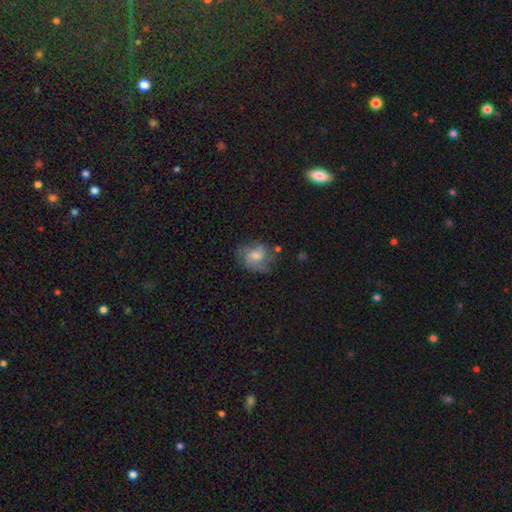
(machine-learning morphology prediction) This is possibly a smooth galaxy (56%). How rounded: possibly round (52%). Merging: possibly none (53%).